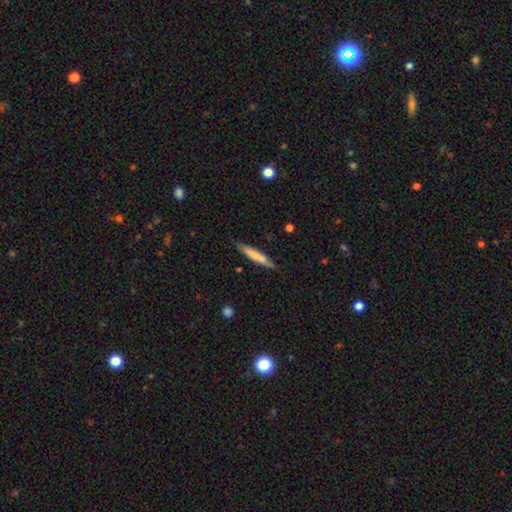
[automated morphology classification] smooth 71%, featured or disk 23%, star or artifact 6%. Down the decision tree: how rounded — cigar-shaped (91%); merging — none (83%).